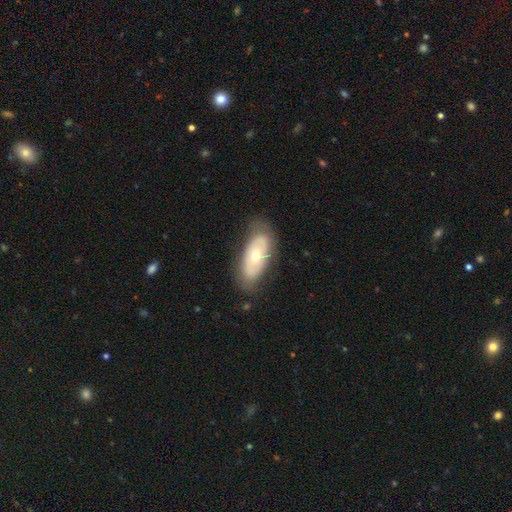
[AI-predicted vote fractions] Morphology: type=featured or disk (49%); merging=none (76%).